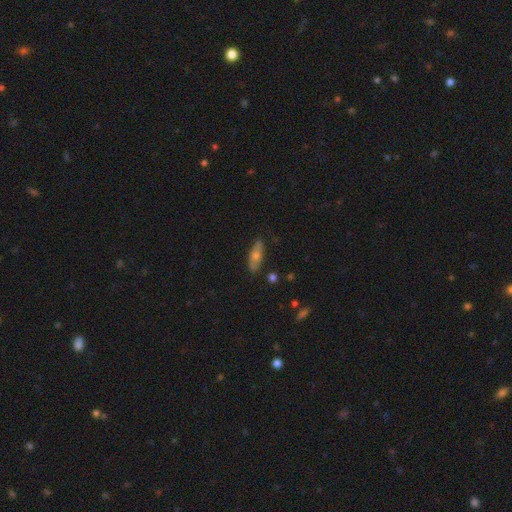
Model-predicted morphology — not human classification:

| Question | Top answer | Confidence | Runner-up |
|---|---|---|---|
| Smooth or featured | smooth | 56% | featured or disk (35%) |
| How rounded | in between | 50% | cigar-shaped (46%) |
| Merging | none | 85% | minor disturbance (11%) |